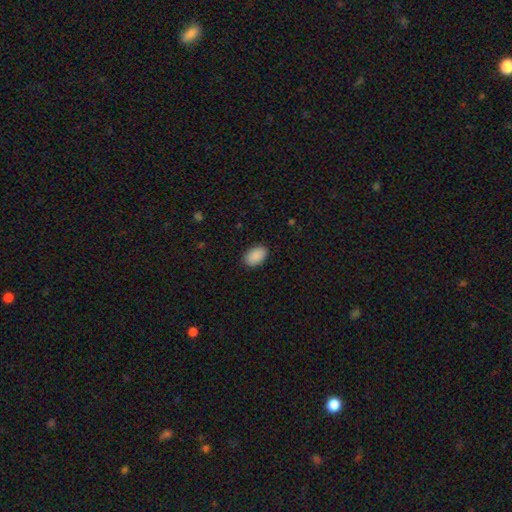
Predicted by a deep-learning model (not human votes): Smooth or featured: smooth — 90% (star or artifact — 7%)
How rounded: in between — 91% (round — 8%)
Merging: none — 89% (minor disturbance — 8%)